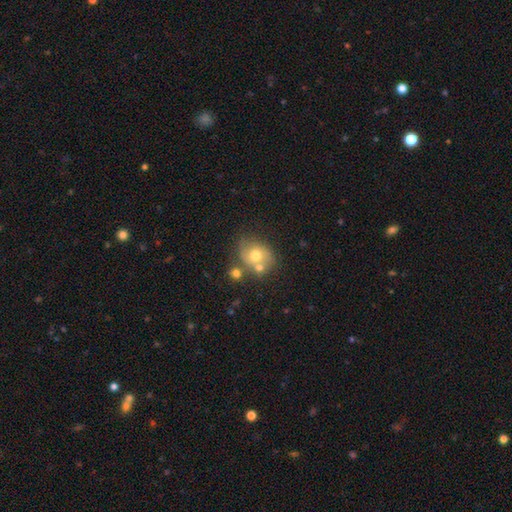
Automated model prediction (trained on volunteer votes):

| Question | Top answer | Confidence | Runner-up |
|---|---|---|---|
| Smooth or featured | smooth | 57% | featured or disk (33%) |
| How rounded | round | 60% | in between (39%) |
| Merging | none | 51% | merger (24%) |